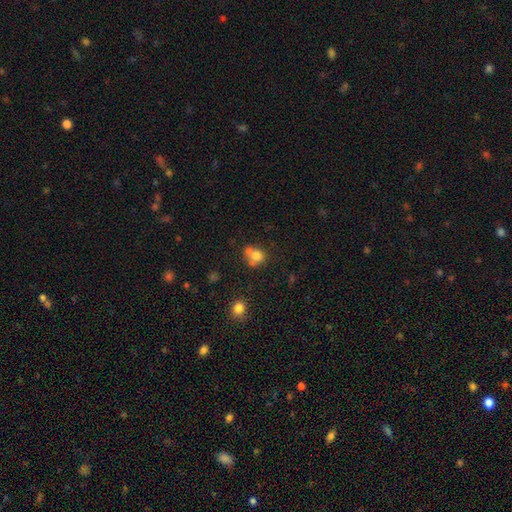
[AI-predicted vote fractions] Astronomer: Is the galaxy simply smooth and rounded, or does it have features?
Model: smooth — 74%.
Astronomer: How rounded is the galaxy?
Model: round — 67%.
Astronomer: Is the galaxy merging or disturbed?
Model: none — 39% (runner-up: merger, 37%).